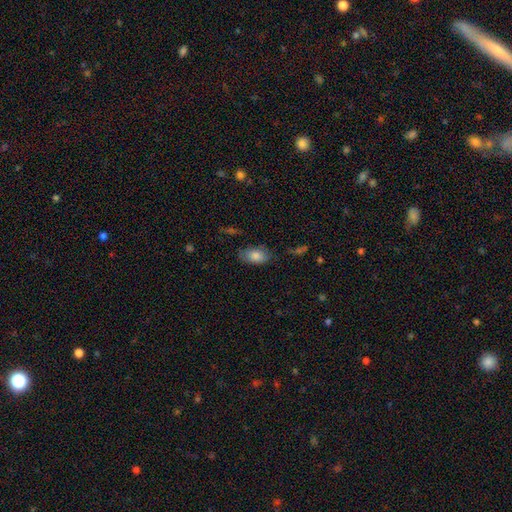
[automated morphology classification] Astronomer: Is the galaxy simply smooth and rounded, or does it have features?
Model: smooth — 82%.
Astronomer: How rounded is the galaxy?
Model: in between — 92%.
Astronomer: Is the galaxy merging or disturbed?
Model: none — 71%.